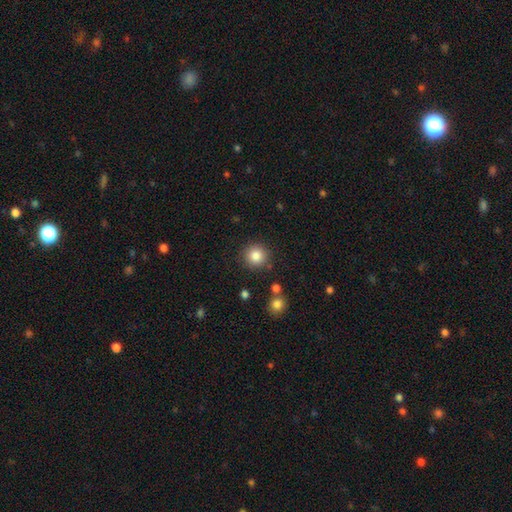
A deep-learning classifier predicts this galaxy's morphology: A smooth galaxy with no disk features (84%) that is round (94%).

Vote fractions:
- Smooth or featured? smooth: 84% / star or artifact: 10% / featured or disk: 6%
- How rounded? round: 94% / in between: 5% / cigar-shaped: 1%
- Merging? none: 87% / minor disturbance: 7% / merger: 3% / major disturbance: 3%